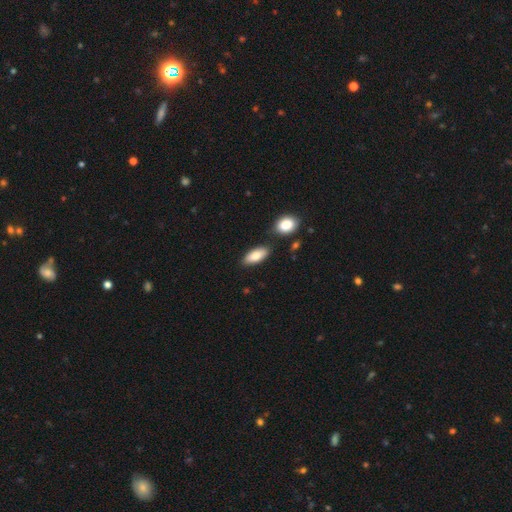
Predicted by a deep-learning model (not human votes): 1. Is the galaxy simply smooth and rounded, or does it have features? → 81% smooth, 13% featured or disk, 6% star or artifact.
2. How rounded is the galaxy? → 84% in between, 14% cigar-shaped, 3% round.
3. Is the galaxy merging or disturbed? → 79% none, 11% minor disturbance, 8% merger, 2% major disturbance.